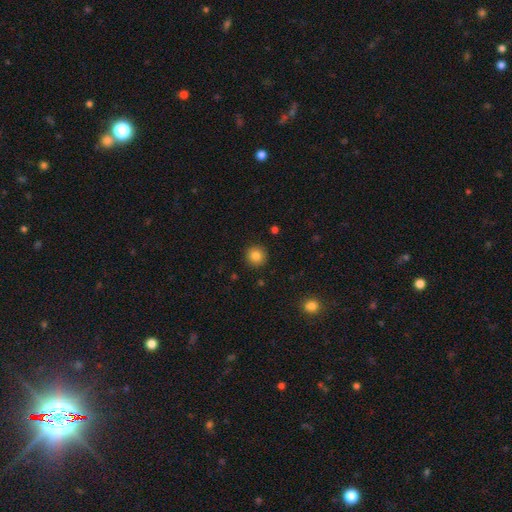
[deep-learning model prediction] smooth-or-featured: smooth: 84% | star or artifact: 10% | featured or disk: 6%
  how-rounded: round: 94% | in between: 5% | cigar-shaped: 1%
  merging: none: 91% | minor disturbance: 6% | major disturbance: 2% | merger: 1%